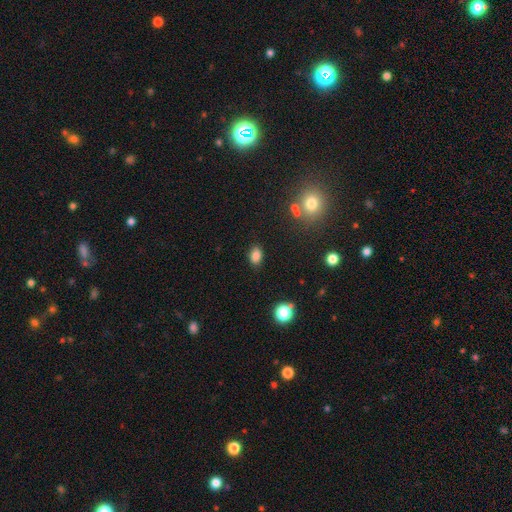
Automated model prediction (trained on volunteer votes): Smooth or featured?
  - smooth: 83% *
  - star or artifact: 12%
  - featured or disk: 5%
How rounded?
  - in between: 84% *
  - round: 14%
  - cigar-shaped: 2%
Merging?
  - none: 84% *
  - minor disturbance: 11%
  - major disturbance: 3%
  - merger: 2%